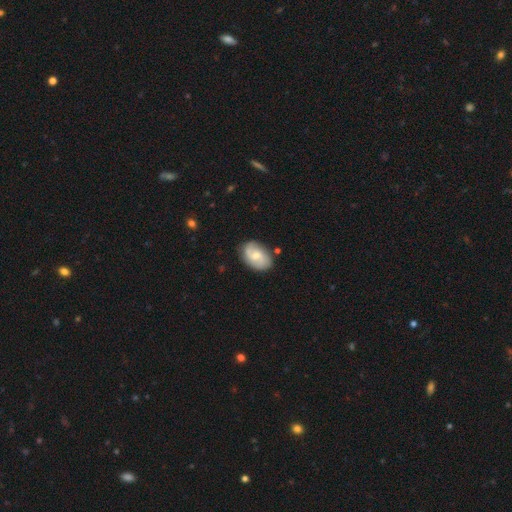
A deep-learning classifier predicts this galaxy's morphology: The model was most divided on "bulge size": moderate: 49%, small: 45%, large: 2%, none: 2%, dominant: 1%. More confident: edge-on disk — no (96%); spiral arms — yes (82%); merging — none (77%); smooth or featured — featured or disk (54%); bar — no (52%).